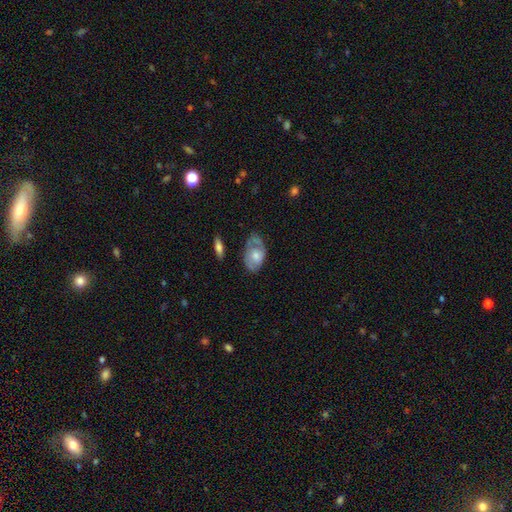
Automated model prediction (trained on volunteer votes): This appears to be a featured or disk galaxy (49%). Merging: none (52%).